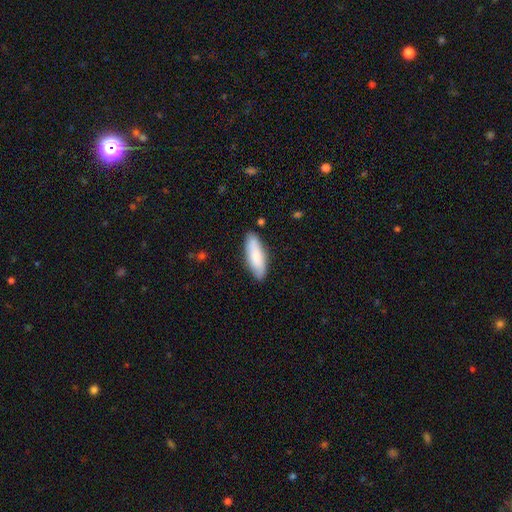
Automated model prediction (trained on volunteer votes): smooth 81%, featured or disk 13%, star or artifact 5%. Down the decision tree: how rounded — in between (54%); merging — none (86%).